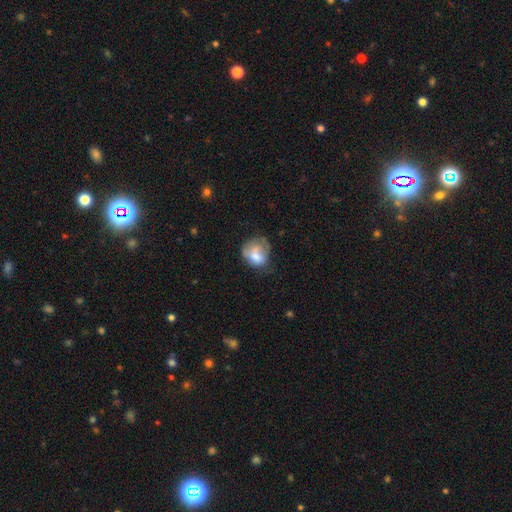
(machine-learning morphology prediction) smooth_or_featured: smooth (p=0.64) [alt: featured or disk p=0.26]
how_rounded: round (p=0.59) [alt: in between p=0.40]
merging: none (p=0.39) [alt: minor disturbance p=0.31]